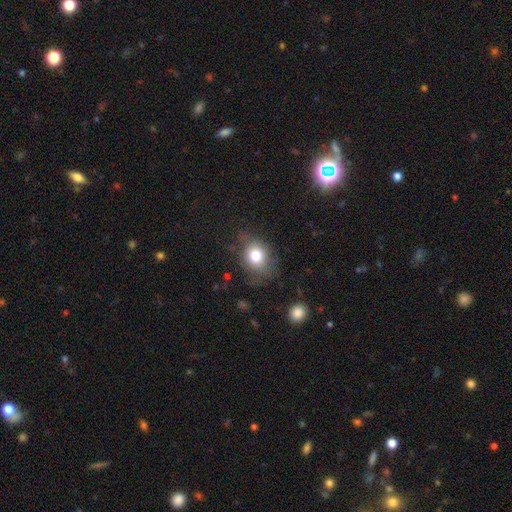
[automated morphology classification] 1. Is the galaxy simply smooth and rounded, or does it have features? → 77% smooth, 12% featured or disk, 10% star or artifact.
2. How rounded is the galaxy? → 58% round, 41% in between, 1% cigar-shaped.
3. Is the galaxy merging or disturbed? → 63% none, 25% minor disturbance, 11% major disturbance, 2% merger.